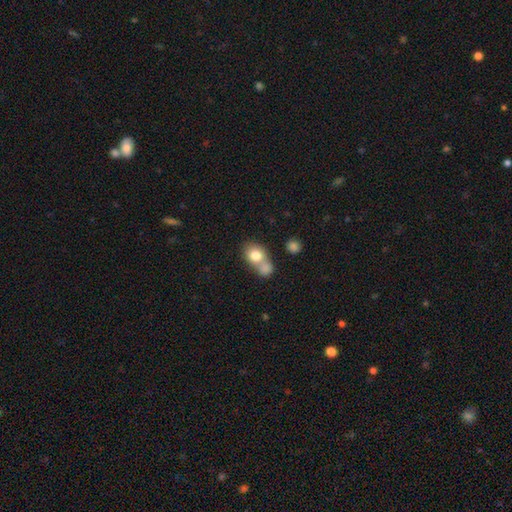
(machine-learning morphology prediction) smooth 79%, featured or disk 13%, star or artifact 9%. Down the decision tree: how rounded — round (59%); merging — merger (57%).